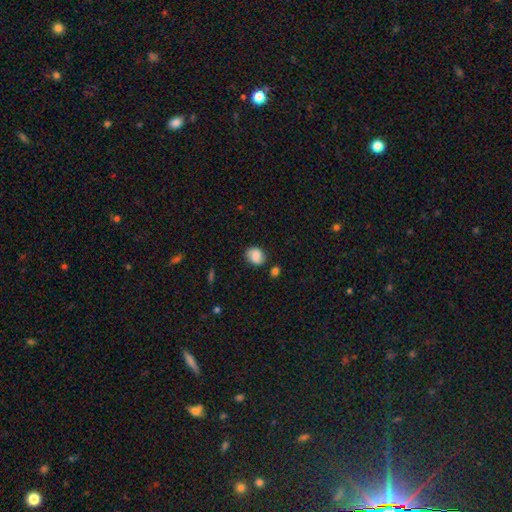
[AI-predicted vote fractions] smooth-or-featured: smooth: 79% | featured or disk: 13% | star or artifact: 9%
  how-rounded: round: 59% | in between: 40% | cigar-shaped: 1%
  merging: none: 73% | minor disturbance: 18% | merger: 5% | major disturbance: 4%